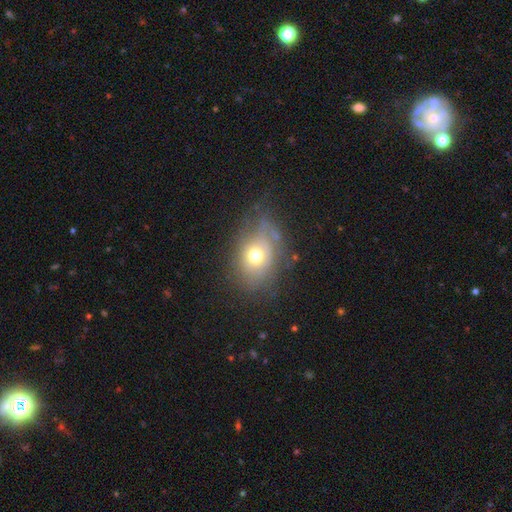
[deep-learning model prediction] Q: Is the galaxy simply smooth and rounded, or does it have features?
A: smooth — 59%.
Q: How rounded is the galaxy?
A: in between — 62%.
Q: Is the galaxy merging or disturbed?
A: none — 56%.